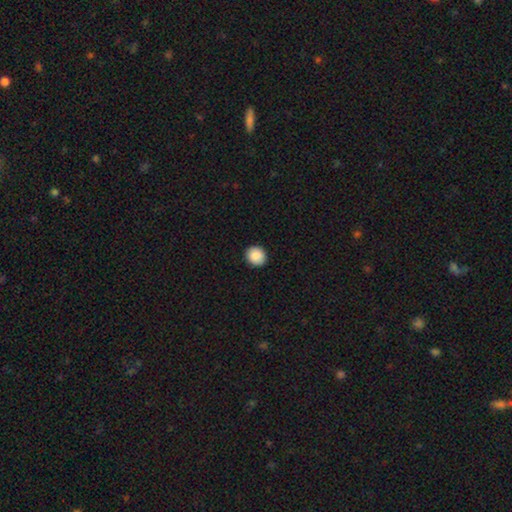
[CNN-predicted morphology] A smooth galaxy with no disk features (88%) that is round (83%).

Vote fractions:
- Smooth or featured? smooth: 88% / star or artifact: 8% / featured or disk: 4%
- How rounded? round: 83% / in between: 16% / cigar-shaped: 1%
- Merging? none: 91% / minor disturbance: 6% / major disturbance: 2% / merger: 1%